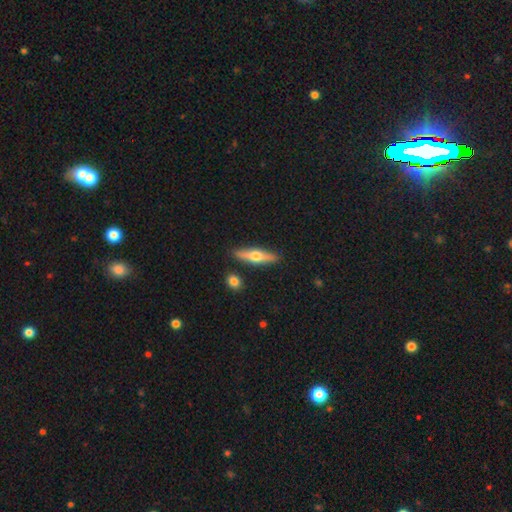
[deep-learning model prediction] Morphology: type=featured or disk (50%); edge-on=yes (92%); merging=none (87%).